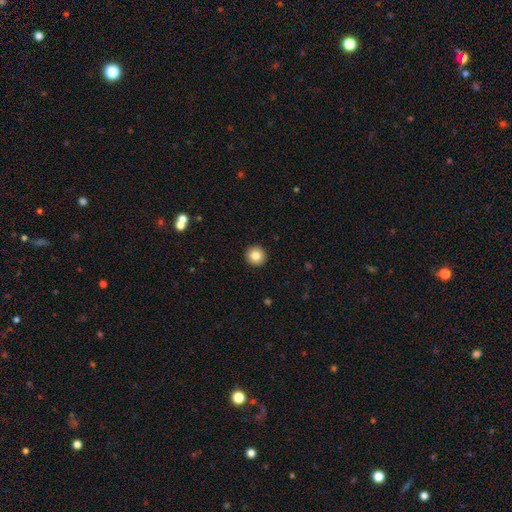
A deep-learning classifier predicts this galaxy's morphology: type=smooth (83%); roundness=round (95%); merging=none (93%).